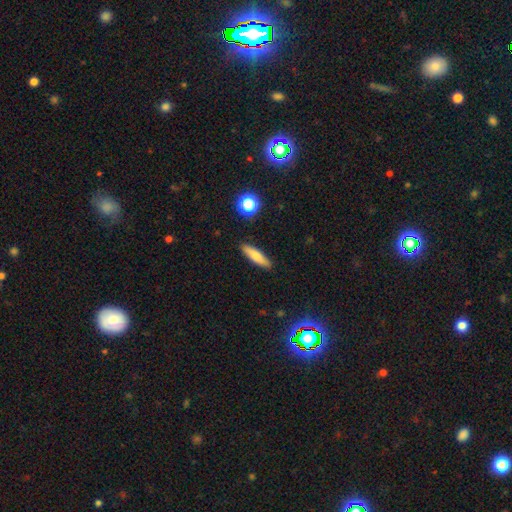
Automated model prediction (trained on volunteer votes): Morphology: type=smooth (73%); roundness=cigar-shaped (71%); merging=none (89%).